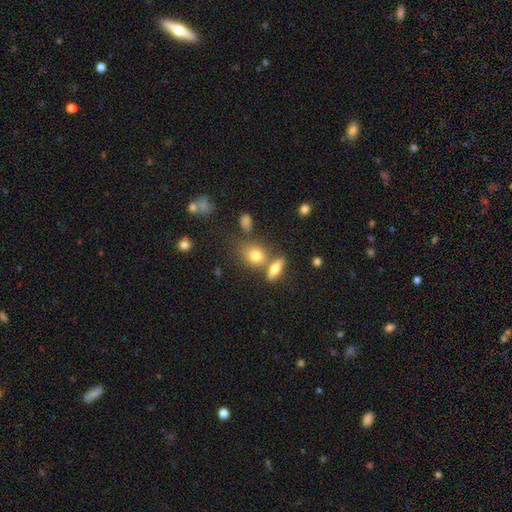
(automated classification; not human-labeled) A smooth galaxy with no disk features (77%) that is in between round and cigar-shaped (51%).

Vote fractions:
- Smooth or featured? smooth: 77% / featured or disk: 13% / star or artifact: 10%
- How rounded? in between: 51% / round: 44% / cigar-shaped: 6%
- Merging? none: 52% / merger: 30% / minor disturbance: 13% / major disturbance: 6%